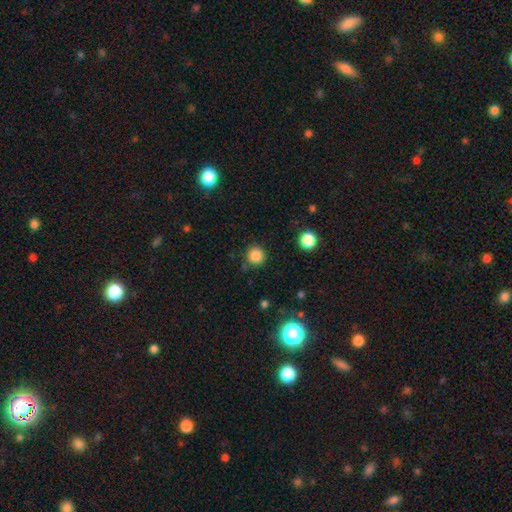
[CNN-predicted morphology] A smooth galaxy with no disk features (84%) that is round (93%). Merging: none (84%).